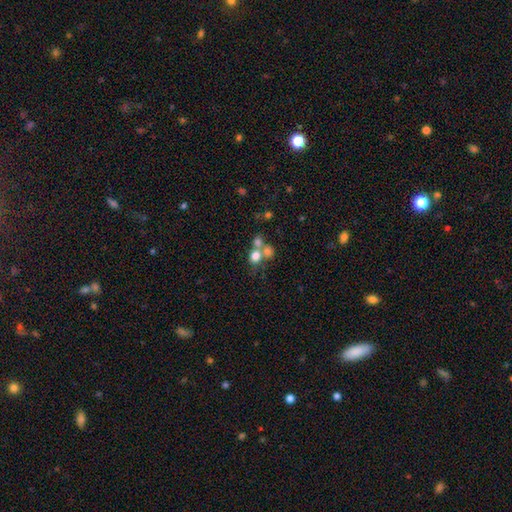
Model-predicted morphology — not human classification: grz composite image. It shows a smooth galaxy with no disk features (71%) that is round (74%). Merging: merger (53%).